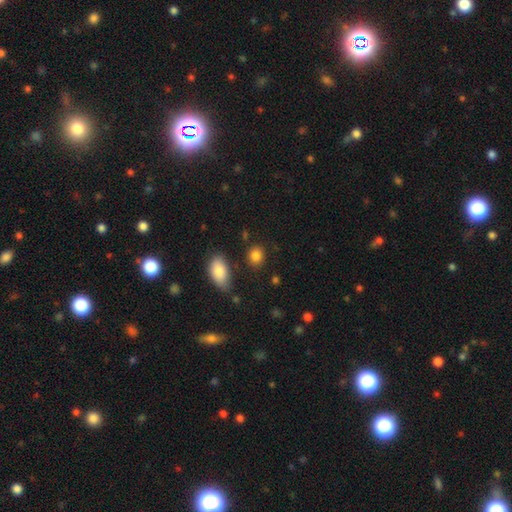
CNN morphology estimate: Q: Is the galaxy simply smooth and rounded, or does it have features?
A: smooth — 86%.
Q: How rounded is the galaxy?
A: round — 57%.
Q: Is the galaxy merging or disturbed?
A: none — 82%.